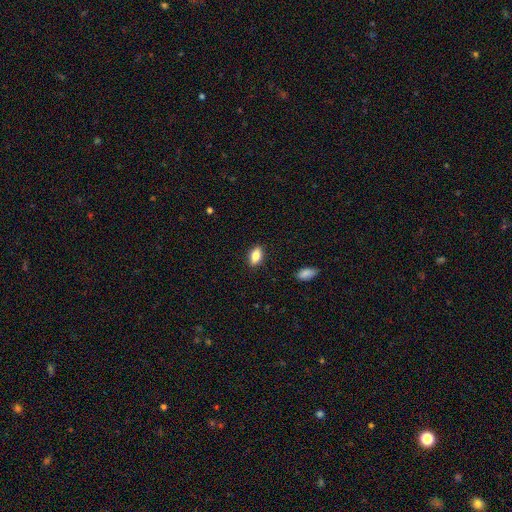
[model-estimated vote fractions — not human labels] Smooth or featured: smooth — 81% (featured or disk — 11%)
How rounded: in between — 87% (cigar-shaped — 7%)
Merging: none — 88% (minor disturbance — 9%)